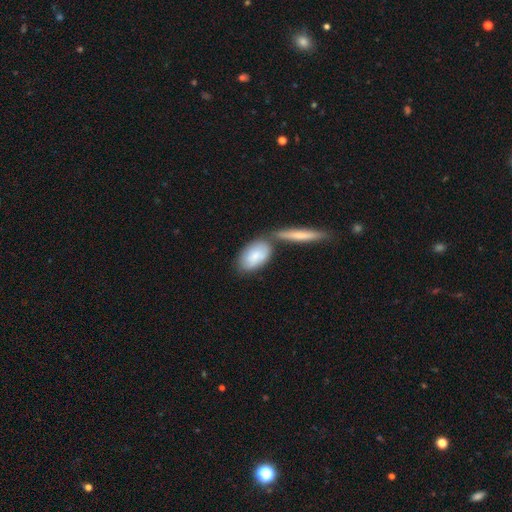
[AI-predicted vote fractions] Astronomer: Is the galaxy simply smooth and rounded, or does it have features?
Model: smooth — 75%.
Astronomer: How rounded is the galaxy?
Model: in between — 89%.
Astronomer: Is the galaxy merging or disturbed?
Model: none — 50% (runner-up: merger, 30%).